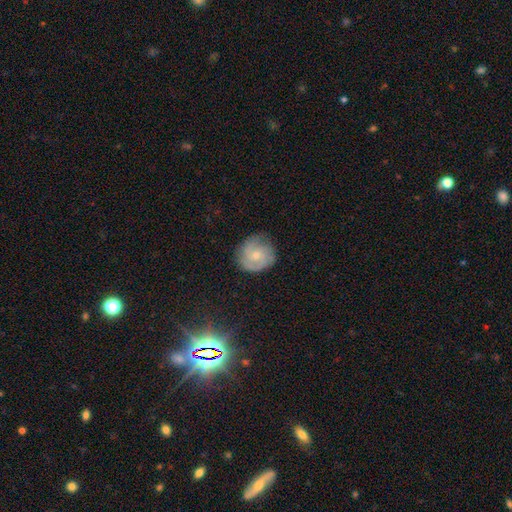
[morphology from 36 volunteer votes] A featured or disk galaxy (61%) with no bar (82%), 2 (52%) medium (57%) spiral arms (95%) and a moderate central bulge (45%, tied with small). Merging: none (72%).